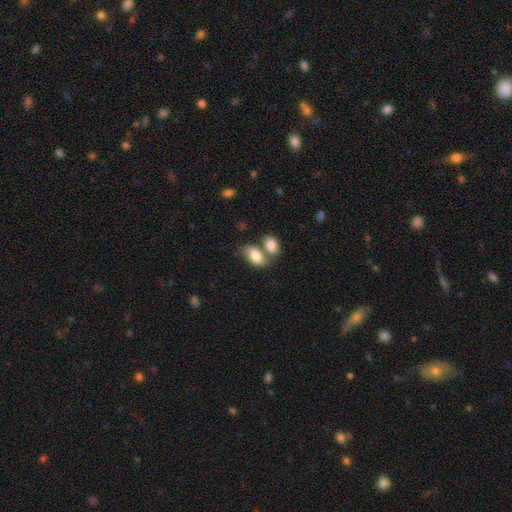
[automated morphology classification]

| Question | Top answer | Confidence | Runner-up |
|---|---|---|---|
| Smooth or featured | smooth | 81% | featured or disk (13%) |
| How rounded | in between | 91% | round (7%) |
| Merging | merger | 54% | none (31%) |